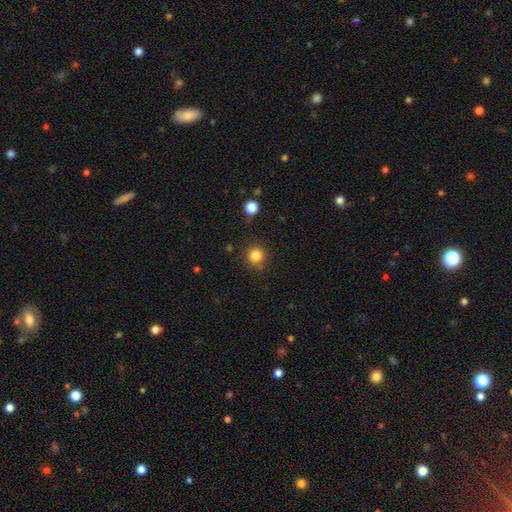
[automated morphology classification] Smooth or featured?
  - smooth: 84% *
  - star or artifact: 12%
  - featured or disk: 4%
How rounded?
  - round: 93% *
  - in between: 6%
  - cigar-shaped: 1%
Merging?
  - none: 86% *
  - minor disturbance: 9%
  - major disturbance: 3%
  - merger: 2%